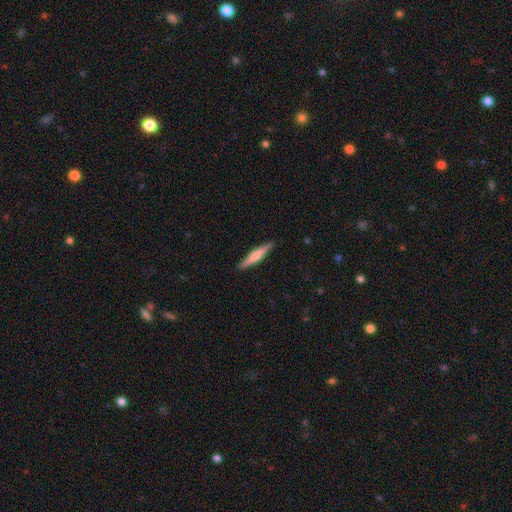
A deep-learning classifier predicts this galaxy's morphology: Smooth or featured?
  - smooth: 51% *
  - featured or disk: 43%
  - star or artifact: 5%
How rounded?
  - cigar-shaped: 92% *
  - in between: 7%
  - round: 1%
Merging?
  - none: 90% *
  - minor disturbance: 7%
  - major disturbance: 1%
  - merger: 1%